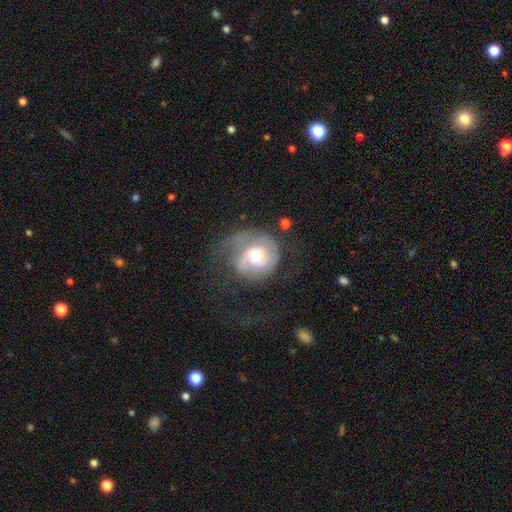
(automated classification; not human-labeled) Morphology: type=featured or disk (77%); edge-on=no (98%); bar=no (64%); spiral arms=yes (92%); winding=tight (49%); arm count=2 (41%); bulge=moderate (55%); merging=none (46%).